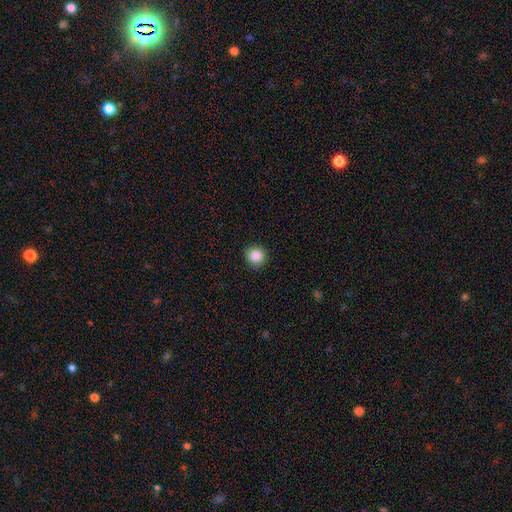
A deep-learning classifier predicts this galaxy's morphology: Smooth or featured? smooth (87%)
How rounded? round (91%)
Merging? none (88%)